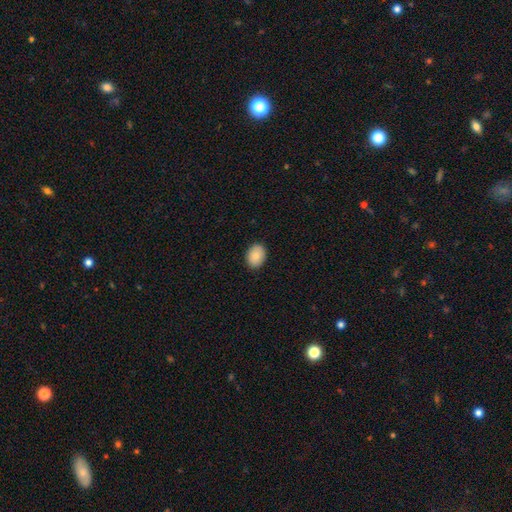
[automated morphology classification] smooth 87%, star or artifact 7%, featured or disk 5%. Down the decision tree: how rounded — in between (70%); merging — none (89%).